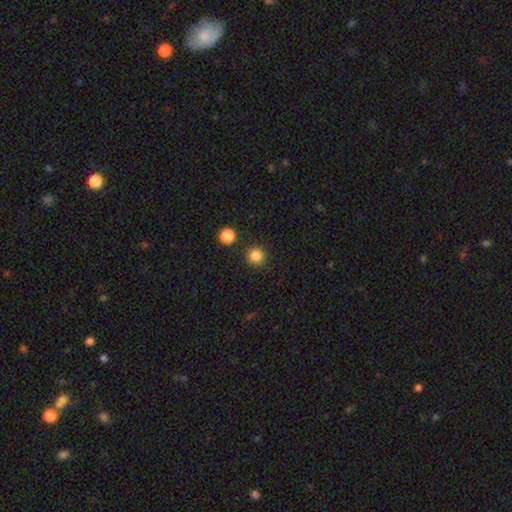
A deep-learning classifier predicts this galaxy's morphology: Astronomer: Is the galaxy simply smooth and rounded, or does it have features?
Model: smooth — 85%.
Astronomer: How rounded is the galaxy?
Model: round — 95%.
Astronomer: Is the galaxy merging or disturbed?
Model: none — 90%.